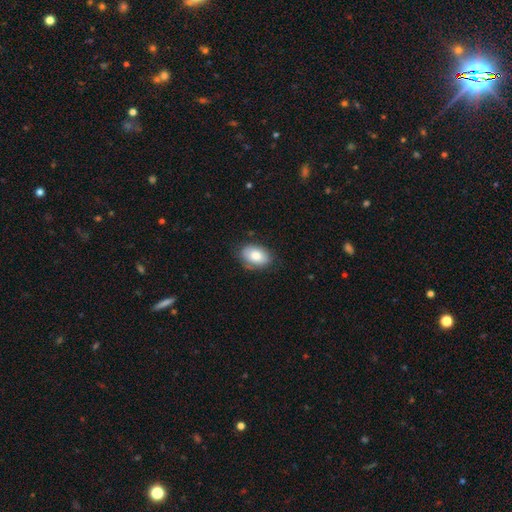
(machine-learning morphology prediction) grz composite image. It shows a smooth galaxy with no disk features (81%) that is in between round and cigar-shaped (86%). Merging: none (77%).